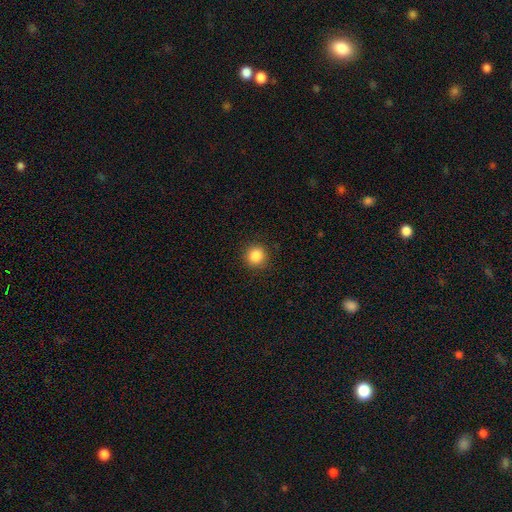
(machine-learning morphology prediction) Smooth or featured? Predicted: smooth (p=0.86). How rounded? Predicted: round (p=0.94). Merging? Predicted: none (p=0.91).